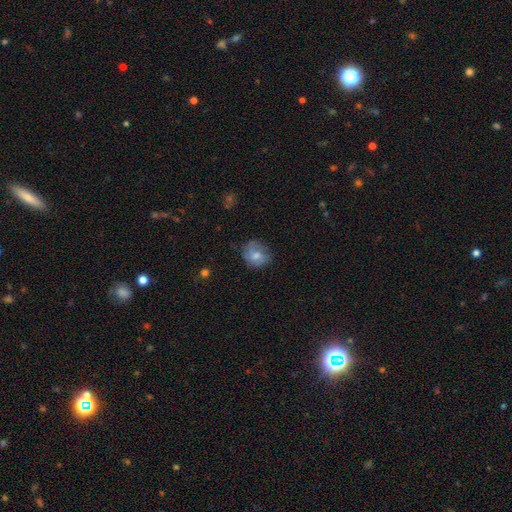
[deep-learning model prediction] This is likely a smooth galaxy (64%). How rounded: likely round (66%). Merging: likely none (63%).